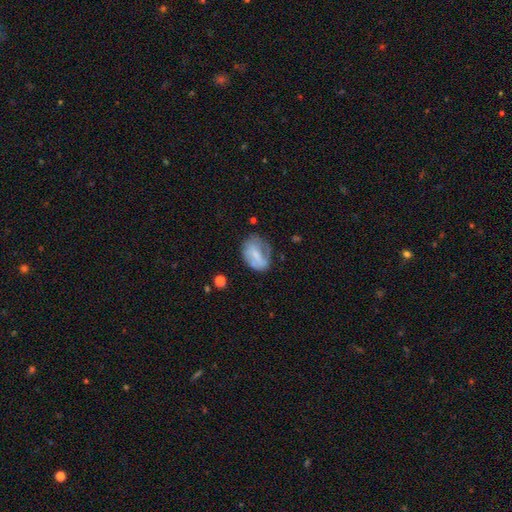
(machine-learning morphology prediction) A smooth galaxy with no disk features (52%) that is in between round and cigar-shaped (70%).

Vote fractions:
- Smooth or featured? smooth: 52% / featured or disk: 40% / star or artifact: 8%
- How rounded? in between: 70% / round: 28% / cigar-shaped: 2%
- Merging? none: 47% / minor disturbance: 30% / major disturbance: 20% / merger: 3%